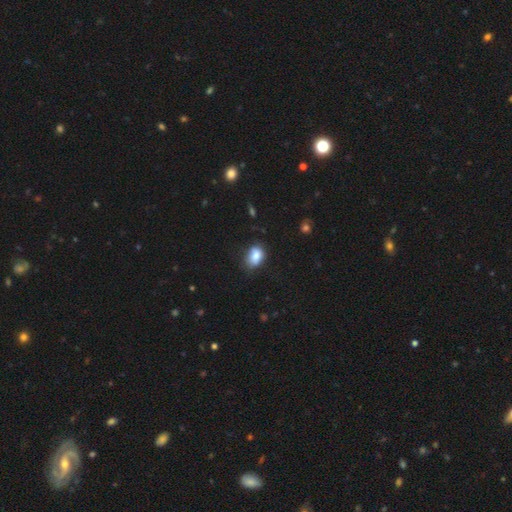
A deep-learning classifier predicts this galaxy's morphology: Smooth or featured: smooth — 81% (featured or disk — 10%)
How rounded: in between — 78% (round — 21%)
Merging: none — 62% (minor disturbance — 28%)